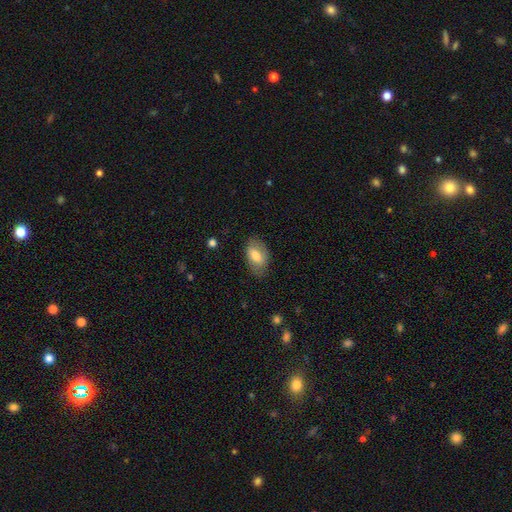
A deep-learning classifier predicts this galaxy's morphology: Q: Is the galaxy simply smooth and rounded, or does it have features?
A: smooth — 69%.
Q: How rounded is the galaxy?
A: in between — 92%.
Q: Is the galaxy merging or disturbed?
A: none — 78%.